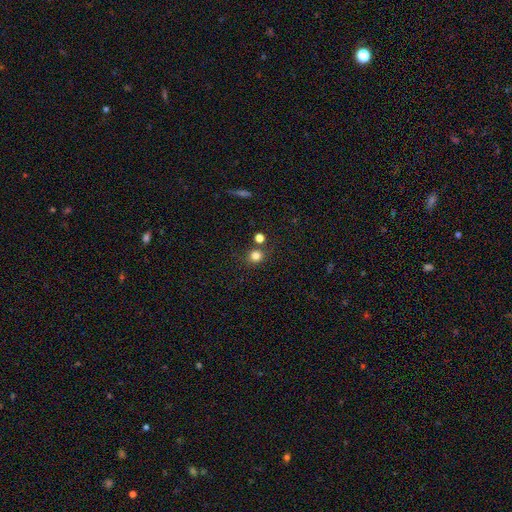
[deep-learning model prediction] A smooth galaxy with no disk features (80%) that is round (88%). Merging: none (74%).